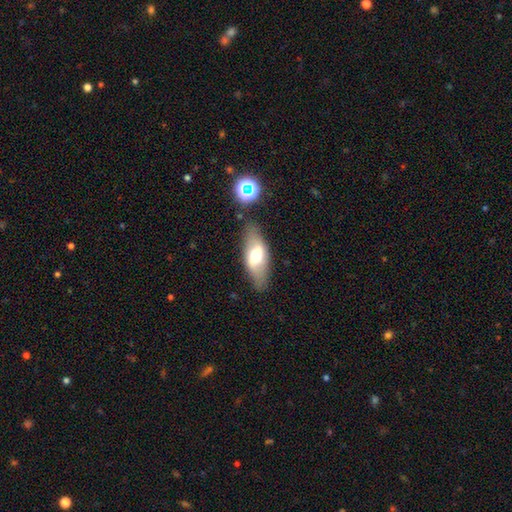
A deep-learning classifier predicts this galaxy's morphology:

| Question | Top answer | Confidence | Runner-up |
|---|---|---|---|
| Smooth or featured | smooth | 50% | featured or disk (42%) |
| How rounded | in between | 76% | cigar-shaped (21%) |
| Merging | none | 75% | minor disturbance (16%) |